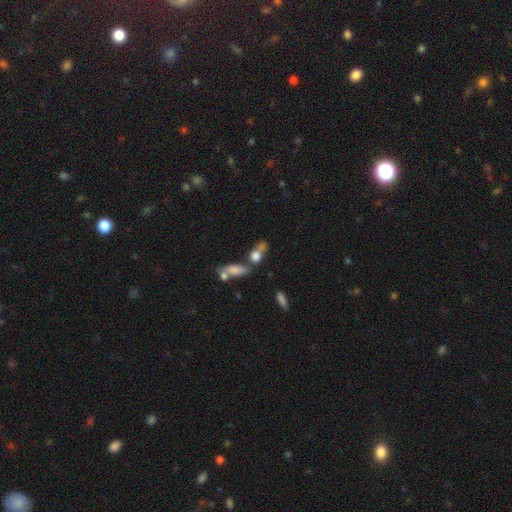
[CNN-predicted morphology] Overall: smooth (70%). How rounded: in between (60%; round 24%). Merging: merger (42%; none 36%).